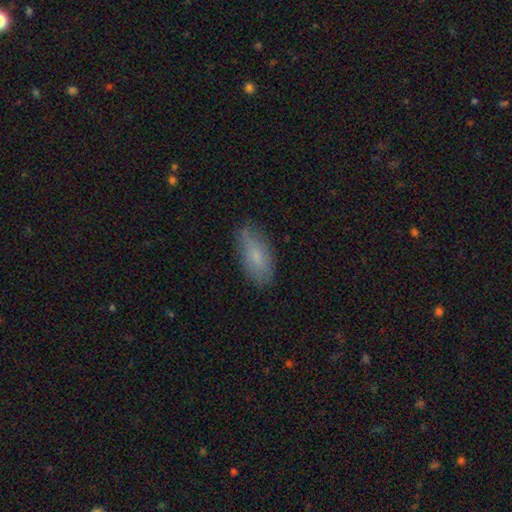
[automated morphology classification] Smooth or featured?
  - smooth: 74% *
  - featured or disk: 19%
  - star or artifact: 7%
How rounded?
  - in between: 84% *
  - cigar-shaped: 13%
  - round: 3%
Merging?
  - none: 75% *
  - minor disturbance: 20%
  - major disturbance: 4%
  - merger: 1%